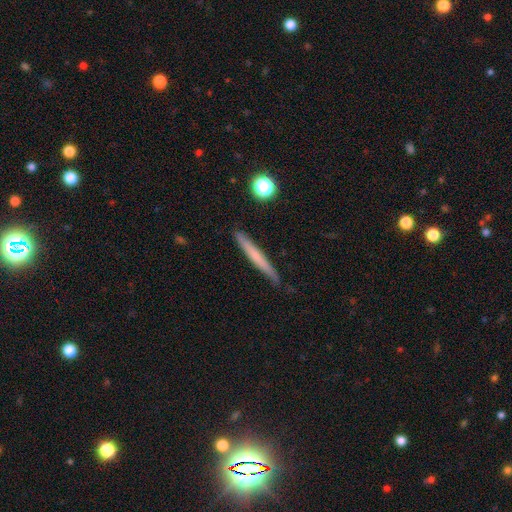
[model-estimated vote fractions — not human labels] This is possibly a smooth galaxy (56%). How rounded: clearly cigar-shaped (96%). Merging: clearly none (87%).